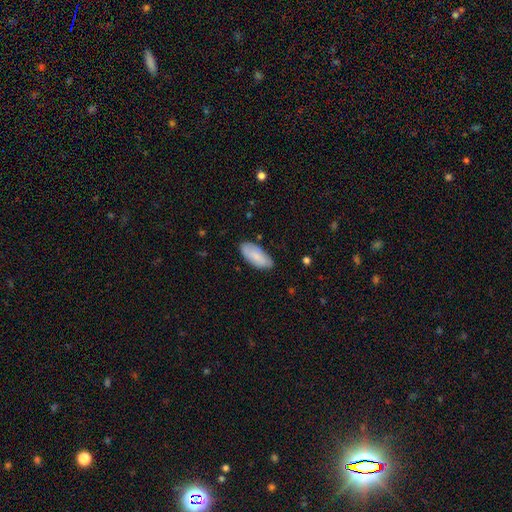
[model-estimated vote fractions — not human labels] Q: Smooth or featured?
A: smooth (79%); runner-up: featured or disk (15%)
Q: How rounded?
A: in between (89%); runner-up: cigar-shaped (9%)
Q: Merging?
A: none (79%); runner-up: minor disturbance (17%)